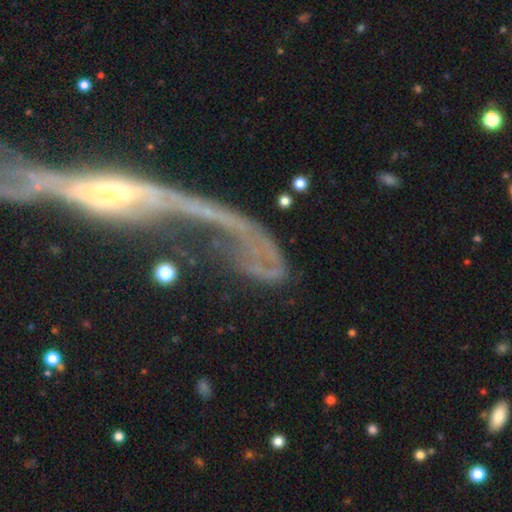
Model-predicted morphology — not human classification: Smooth or featured? featured or disk (72%)
Edge-on disk? no (64%)
Merging? major disturbance (40%)